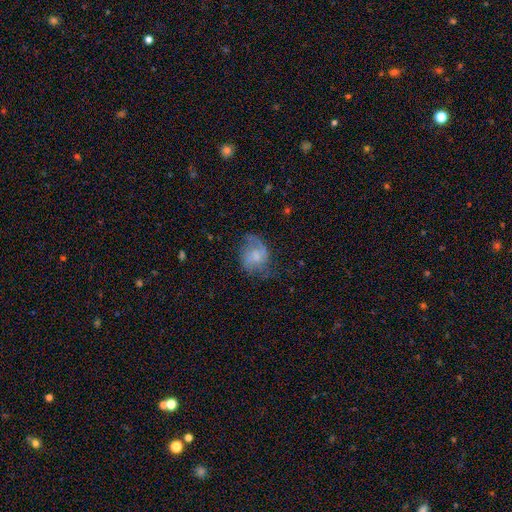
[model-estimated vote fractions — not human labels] The model was most divided on "bulge size": none: 34%, moderate: 27%, small: 26%, large: 11%, dominant: 2%. Remaining: edge-on disk — no (97%); spiral arms — yes (80%); bar — no (62%); smooth or featured — featured or disk (56%); merging — none (46%).